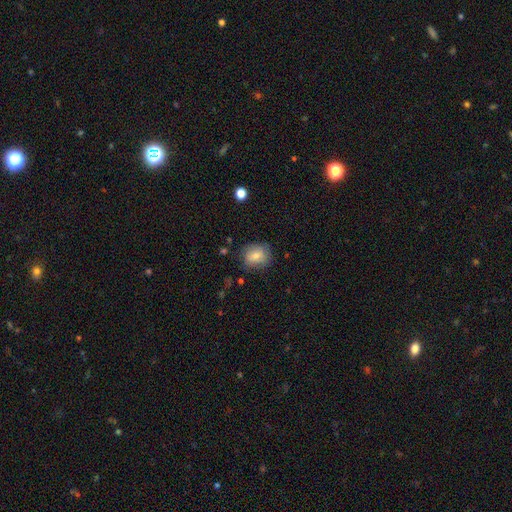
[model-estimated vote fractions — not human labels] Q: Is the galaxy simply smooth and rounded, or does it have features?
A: smooth — 73%.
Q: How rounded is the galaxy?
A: round — 63%.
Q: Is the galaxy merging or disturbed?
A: none — 73%.